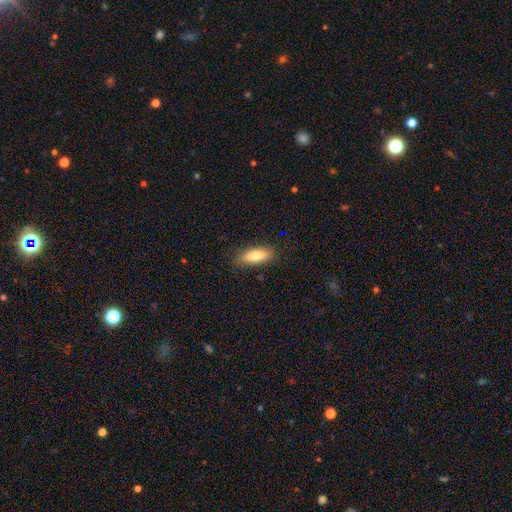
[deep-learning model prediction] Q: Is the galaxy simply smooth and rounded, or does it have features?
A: smooth — 80%.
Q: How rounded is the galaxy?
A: in between — 70%.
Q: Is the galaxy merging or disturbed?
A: none — 84%.